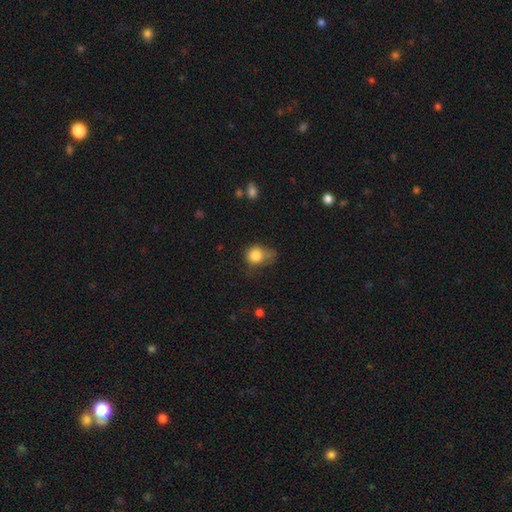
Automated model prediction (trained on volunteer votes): A smooth galaxy with no disk features (81%) that is round (71%). Merging: none (36%).